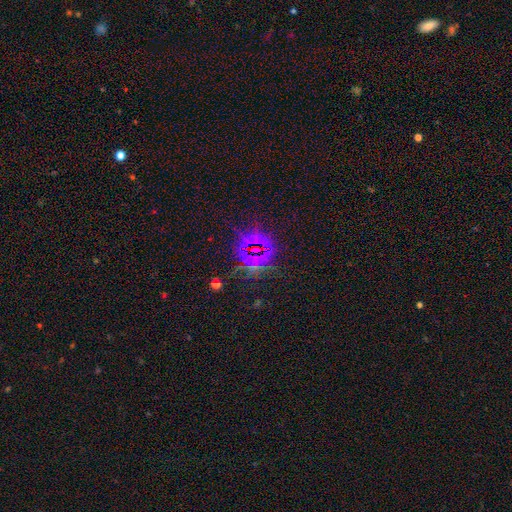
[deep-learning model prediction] Morphology: type=star or artifact (81%).